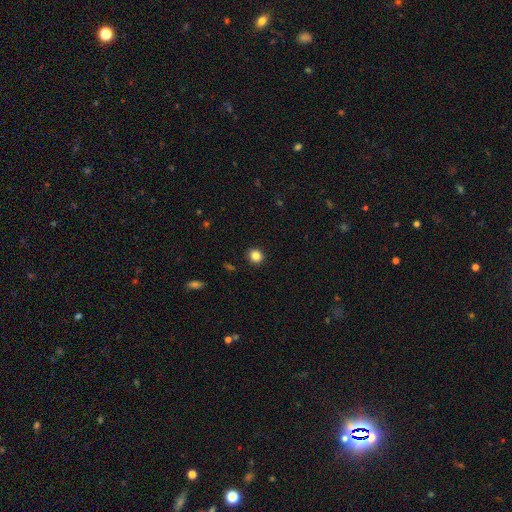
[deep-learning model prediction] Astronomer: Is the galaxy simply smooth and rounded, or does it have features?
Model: smooth — 85%.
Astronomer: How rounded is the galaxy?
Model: round — 86%.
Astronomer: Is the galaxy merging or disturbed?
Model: none — 91%.